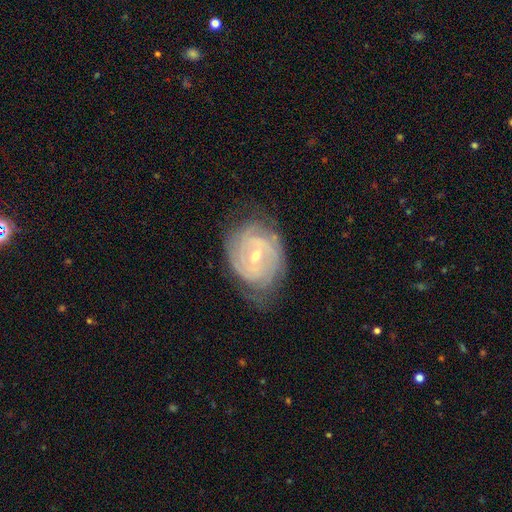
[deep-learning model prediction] The model was most divided on "spiral arm count": 2: 31%, can't tell: 28%, 3: 20%, 4: 11%, more than 4: 5%, 1: 5%. Remaining: edge-on disk — no (97%); spiral arms — yes (96%); smooth or featured — featured or disk (87%); spiral winding — tight (76%); merging — none (71%); bulge size — small (56%); bar — weak (46%).